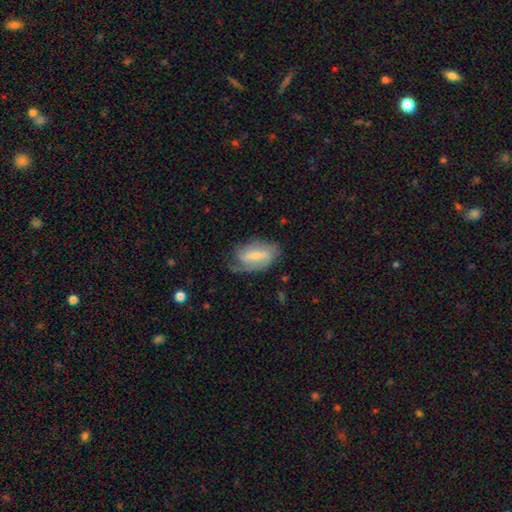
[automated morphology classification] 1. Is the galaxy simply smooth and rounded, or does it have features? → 66% featured or disk, 28% smooth, 6% star or artifact.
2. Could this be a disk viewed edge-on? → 93% no, 7% yes.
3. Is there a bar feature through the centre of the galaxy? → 43% weak, 40% strong, 17% no.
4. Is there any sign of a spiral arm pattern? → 85% yes, 15% no.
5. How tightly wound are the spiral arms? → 40% medium, 34% tight, 25% loose.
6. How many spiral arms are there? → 50% 2, 24% 1, 19% can't tell, 5% 3, 1% 4, 1% more than 4.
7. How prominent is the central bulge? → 51% small, 40% moderate, 5% none, 3% large, 1% dominant.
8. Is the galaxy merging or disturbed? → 58% none, 27% minor disturbance, 14% major disturbance, 2% merger.